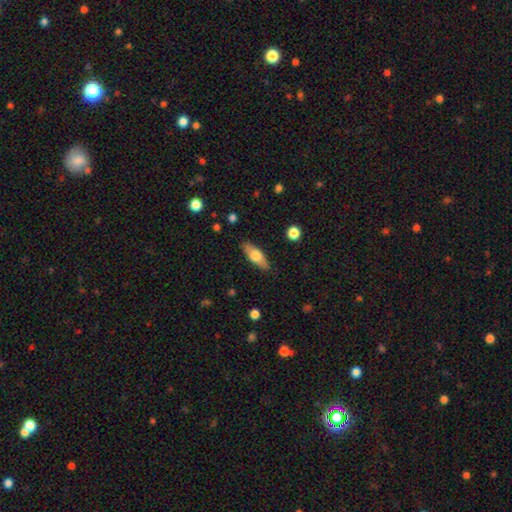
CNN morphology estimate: Smooth or featured?
  - smooth: 61% *
  - featured or disk: 33%
  - star or artifact: 6%
How rounded?
  - in between: 64% *
  - cigar-shaped: 33%
  - round: 3%
Merging?
  - none: 85% *
  - minor disturbance: 11%
  - major disturbance: 2%
  - merger: 1%